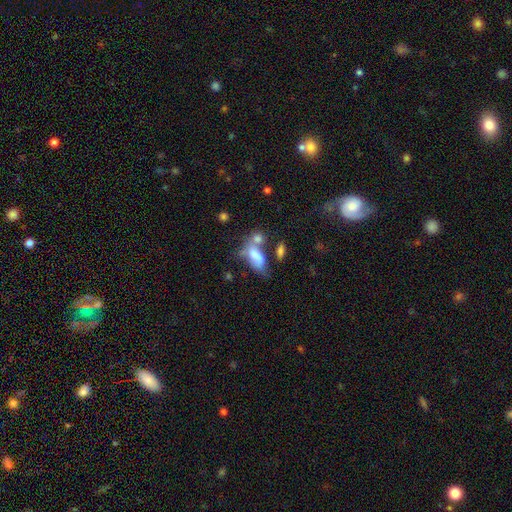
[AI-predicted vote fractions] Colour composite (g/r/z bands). It shows a smooth galaxy with no disk features (68%) that is in between round and cigar-shaped (84%). Merging: merger (42%).